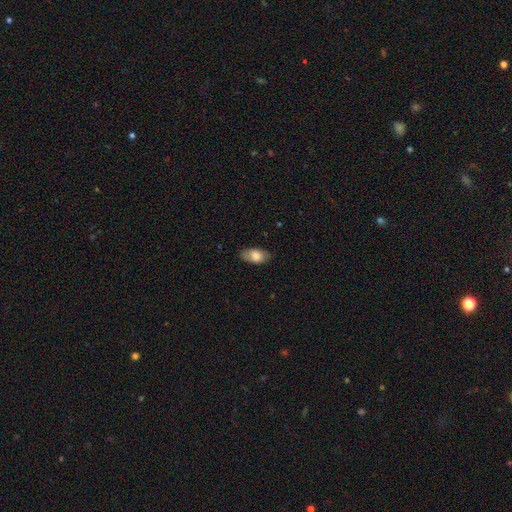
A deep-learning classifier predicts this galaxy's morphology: Smooth or featured?
  - smooth: 77% *
  - featured or disk: 16%
  - star or artifact: 7%
How rounded?
  - in between: 93% *
  - round: 4%
  - cigar-shaped: 3%
Merging?
  - none: 80% *
  - minor disturbance: 15%
  - major disturbance: 3%
  - merger: 1%